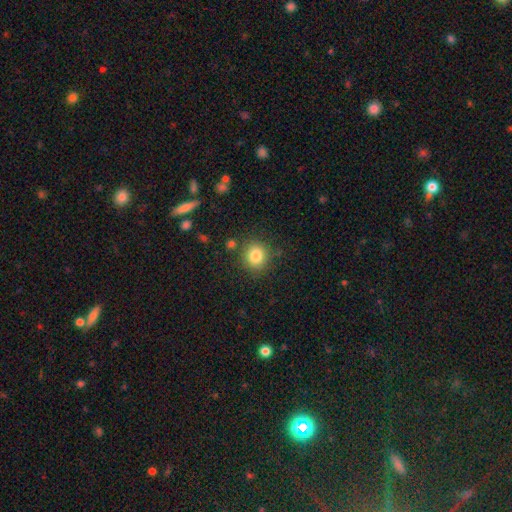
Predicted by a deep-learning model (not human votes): This appears to be a smooth galaxy with no disk features (83%) that is round (85%). Merging: none (83%).